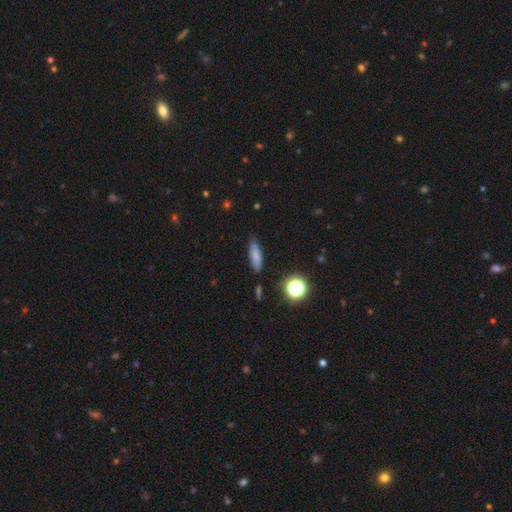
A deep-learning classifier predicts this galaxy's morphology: smooth 76%, featured or disk 12%, star or artifact 12%. Down the decision tree: how rounded — in between (49%); merging — none (77%).